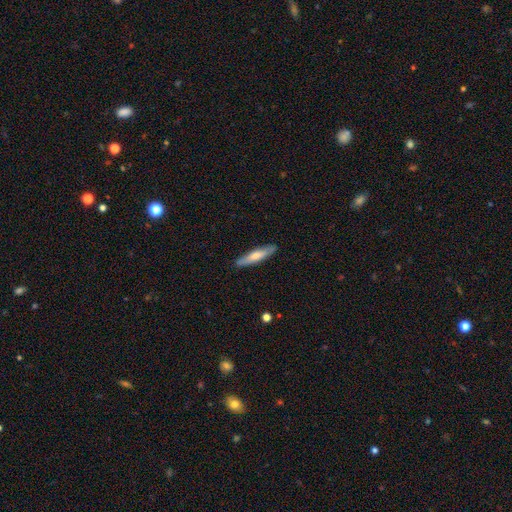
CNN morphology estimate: type=smooth (54%); roundness=cigar-shaped (85%); merging=none (89%).